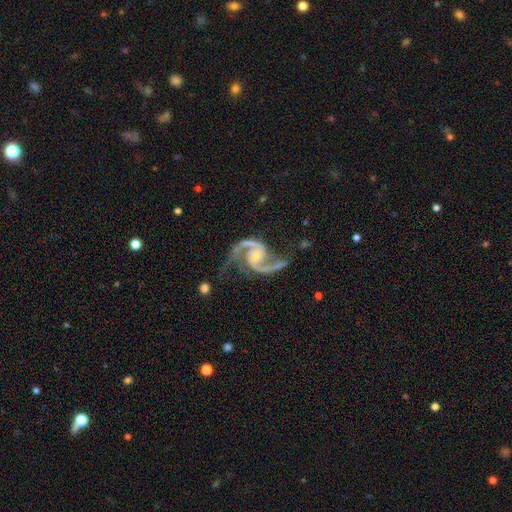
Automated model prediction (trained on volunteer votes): Q: Smooth or featured?
A: featured or disk (94%); runner-up: star or artifact (4%)
Q: Edge-on disk?
A: no (98%); runner-up: yes (2%)
Q: Bar?
A: no (65%); runner-up: weak (26%)
Q: Spiral arms?
A: yes (99%); runner-up: no (1%)
Q: Spiral winding?
A: medium (61%); runner-up: loose (26%)
Q: Spiral arm count?
A: 2 (94%); runner-up: 3 (2%)
Q: Bulge size?
A: small (69%); runner-up: moderate (25%)
Q: Merging?
A: none (66%); runner-up: minor disturbance (19%)